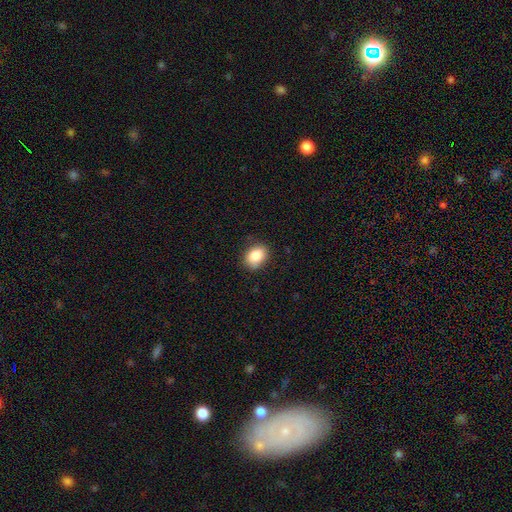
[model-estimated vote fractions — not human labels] A smooth galaxy with no disk features (86%) that is in between round and cigar-shaped (65%).

Vote fractions:
- Smooth or featured? smooth: 86% / star or artifact: 8% / featured or disk: 6%
- How rounded? in between: 65% / round: 34% / cigar-shaped: 1%
- Merging? none: 84% / minor disturbance: 12% / major disturbance: 3% / merger: 1%